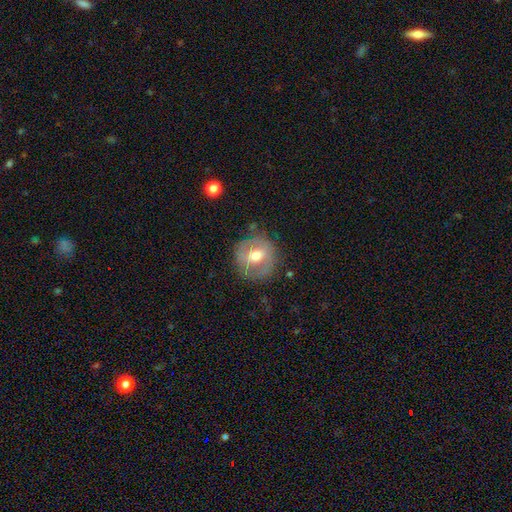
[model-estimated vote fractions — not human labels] Smooth or featured: featured or disk — 55% (smooth — 38%)
Edge-on disk: no — 95% (yes — 5%)
Bar: weak — 46% (no — 30%)
Spiral arms: no — 59% (yes — 41%)
Bulge size: moderate — 75% (small — 13%)
Merging: none — 78% (minor disturbance — 15%)